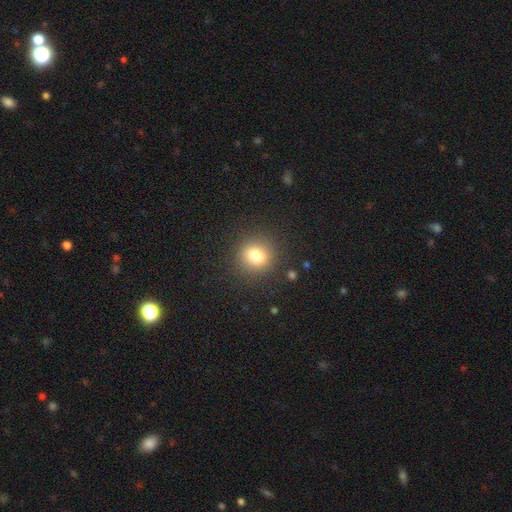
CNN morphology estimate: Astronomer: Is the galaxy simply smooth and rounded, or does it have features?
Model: smooth — 79%.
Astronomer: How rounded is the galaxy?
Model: round — 85%.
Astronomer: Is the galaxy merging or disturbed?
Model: none — 88%.